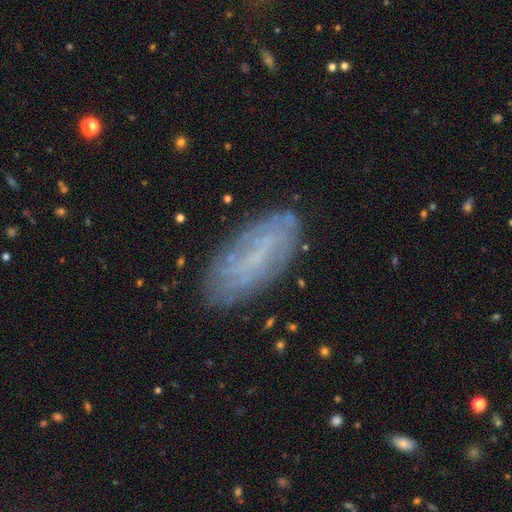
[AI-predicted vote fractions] Q: Smooth or featured?
A: featured or disk (51%); runner-up: smooth (39%)
Q: Edge-on disk?
A: no (86%); runner-up: yes (14%)
Q: Merging?
A: none (79%); runner-up: minor disturbance (15%)